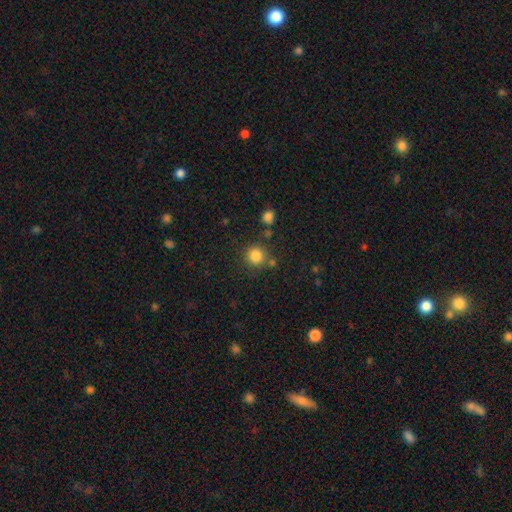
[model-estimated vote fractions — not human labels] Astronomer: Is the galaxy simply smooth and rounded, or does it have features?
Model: smooth — 84%.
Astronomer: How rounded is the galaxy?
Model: round — 92%.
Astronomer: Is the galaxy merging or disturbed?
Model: none — 78%.